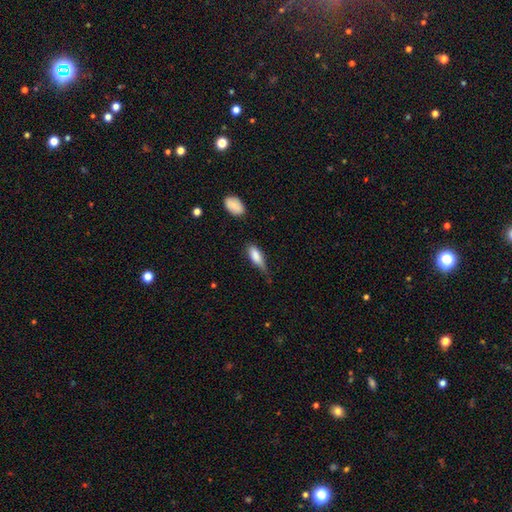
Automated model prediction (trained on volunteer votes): This is clearly a smooth galaxy (80%). How rounded: likely in between (69%). Merging: possibly minor disturbance (45%).